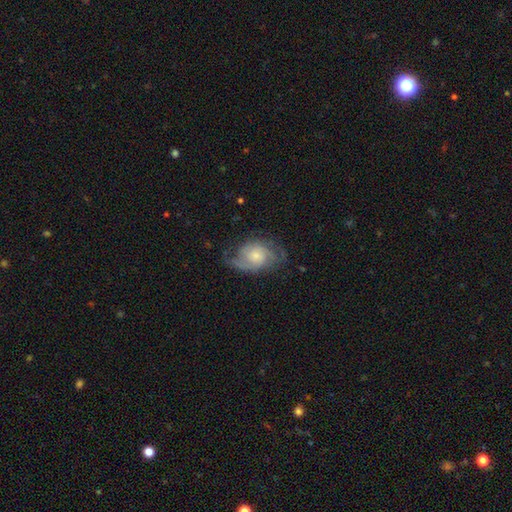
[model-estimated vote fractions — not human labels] A featured or disk galaxy (70%) with no bar (72%), 2 (66%) medium (44%) spiral arms (89%) and a small central bulge (46%). Merging: none (56%).